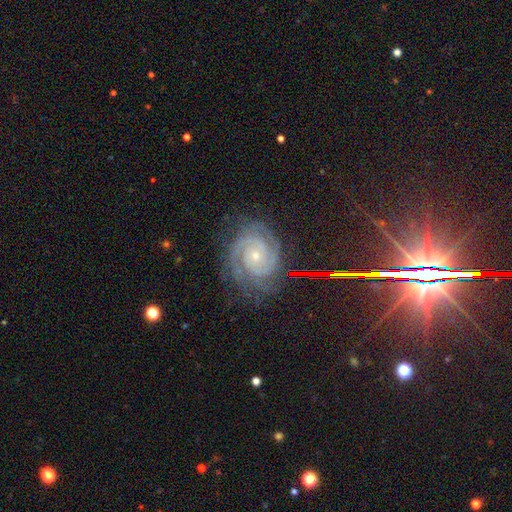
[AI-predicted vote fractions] This appears to be a featured or disk galaxy (88%) with no bar (74%), 2 (50%) tight (81%) spiral arms (99%) and a small central bulge (74%). Merging: none (76%).